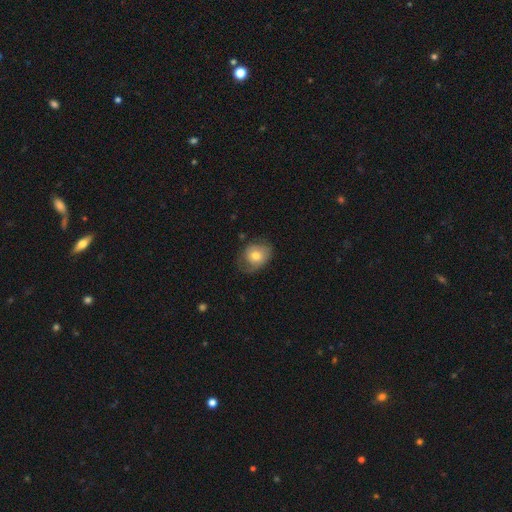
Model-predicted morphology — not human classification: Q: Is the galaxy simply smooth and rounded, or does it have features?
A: smooth — 68%.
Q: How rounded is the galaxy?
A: round — 51%.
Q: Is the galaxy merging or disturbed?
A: none — 55%.